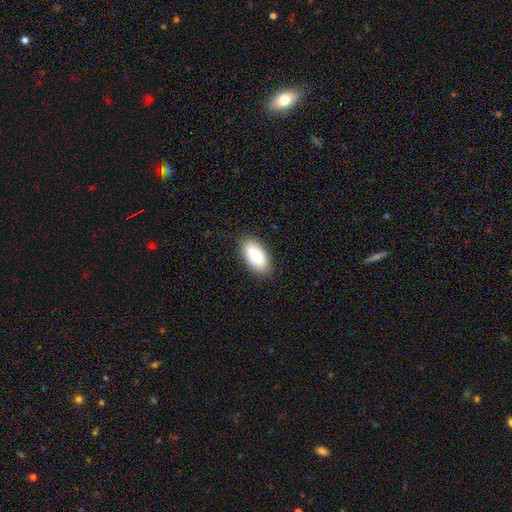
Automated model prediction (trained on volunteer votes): Smooth or featured? smooth (77%)
How rounded? in between (89%)
Merging? none (86%)